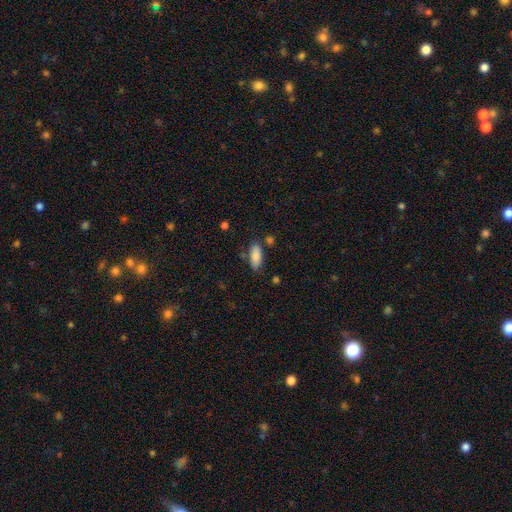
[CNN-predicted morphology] type=smooth (84%); roundness=in between (82%); merging=none (74%).